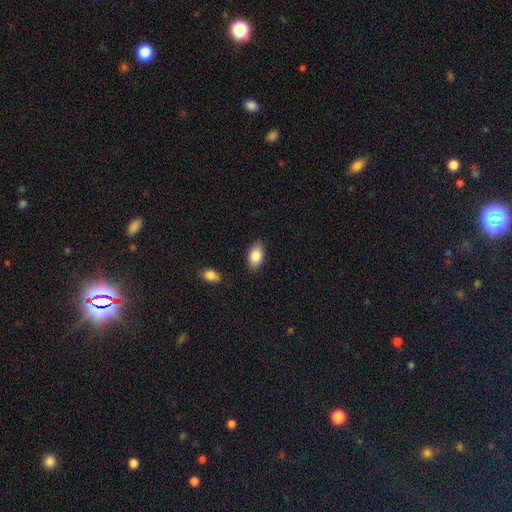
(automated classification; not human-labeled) Q: Smooth or featured?
A: smooth (84%); runner-up: featured or disk (9%)
Q: How rounded?
A: in between (91%); runner-up: round (7%)
Q: Merging?
A: none (86%); runner-up: minor disturbance (10%)